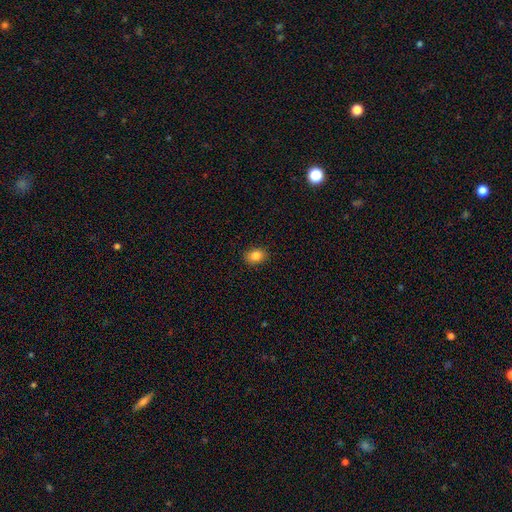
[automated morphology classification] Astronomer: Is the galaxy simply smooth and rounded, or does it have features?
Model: smooth — 84%.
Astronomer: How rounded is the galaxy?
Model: in between — 63%.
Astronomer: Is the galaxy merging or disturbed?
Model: none — 89%.